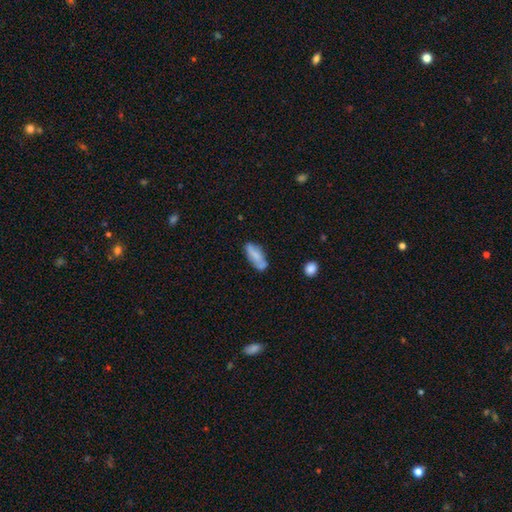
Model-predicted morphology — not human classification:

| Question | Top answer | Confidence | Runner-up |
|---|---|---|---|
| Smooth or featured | smooth | 66% | featured or disk (27%) |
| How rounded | in between | 71% | cigar-shaped (26%) |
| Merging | none | 62% | minor disturbance (24%) |